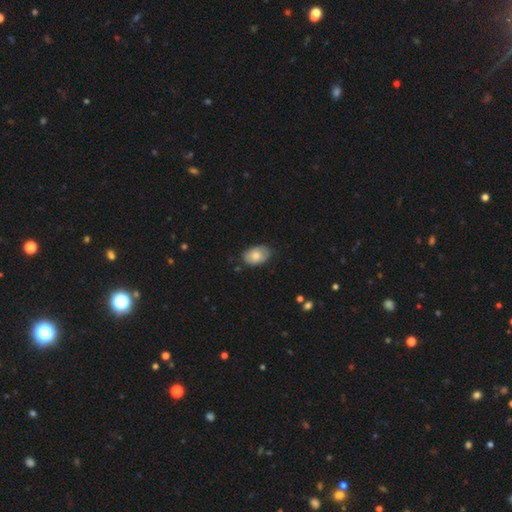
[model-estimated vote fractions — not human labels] This is likely a smooth galaxy (76%). How rounded: clearly in between (87%). Merging: likely none (73%).